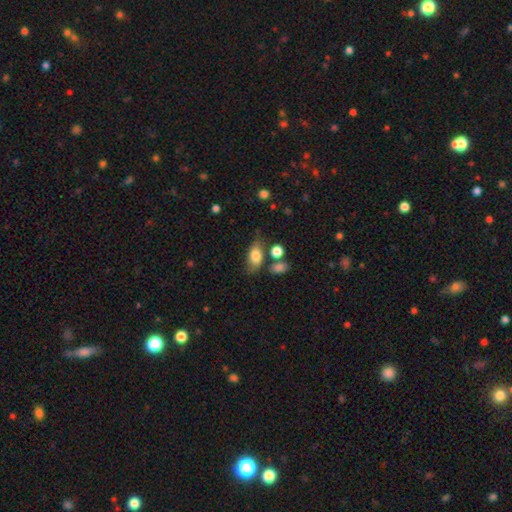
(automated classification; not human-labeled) Smooth or featured?
  - smooth: 77% *
  - featured or disk: 15%
  - star or artifact: 8%
How rounded?
  - in between: 85% *
  - round: 8%
  - cigar-shaped: 7%
Merging?
  - none: 65% *
  - minor disturbance: 18%
  - merger: 10%
  - major disturbance: 6%